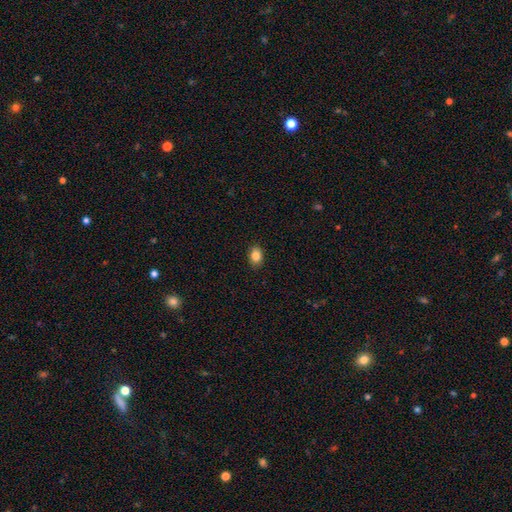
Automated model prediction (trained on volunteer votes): Morphology: type=smooth (86%); roundness=in between (71%); merging=none (89%).